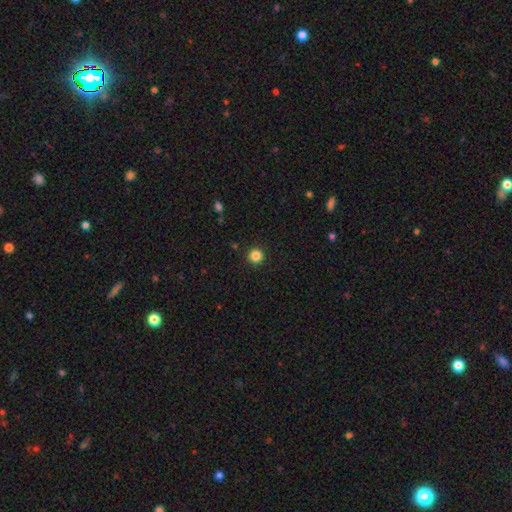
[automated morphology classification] This is clearly a smooth galaxy (85%). How rounded: clearly round (96%). Merging: clearly none (93%).